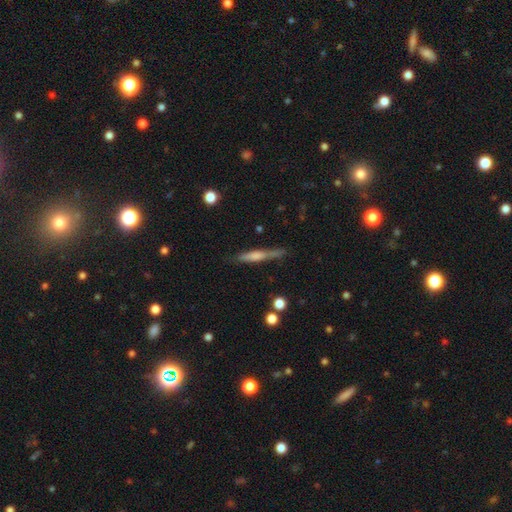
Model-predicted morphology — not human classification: Smooth or featured? Predicted: featured or disk (p=0.50). Edge-on disk? Predicted: yes (p=0.95). Merging? Predicted: none (p=0.79).